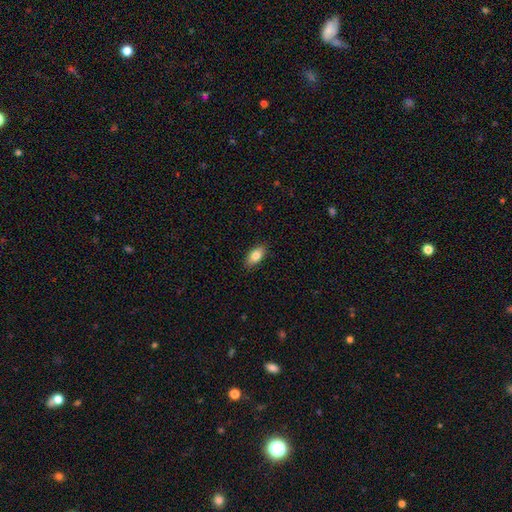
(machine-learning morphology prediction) Smooth or featured?
  - smooth: 82% *
  - featured or disk: 11%
  - star or artifact: 7%
How rounded?
  - in between: 90% *
  - cigar-shaped: 7%
  - round: 4%
Merging?
  - none: 88% *
  - minor disturbance: 10%
  - major disturbance: 2%
  - merger: 1%